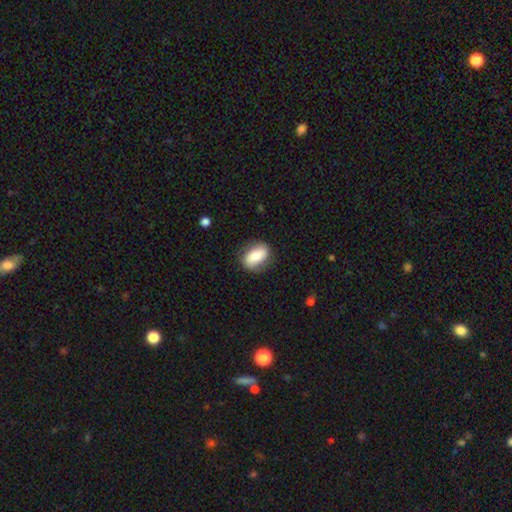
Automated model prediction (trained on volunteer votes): Smooth or featured? smooth (69%)
How rounded? in between (81%)
Merging? none (80%)